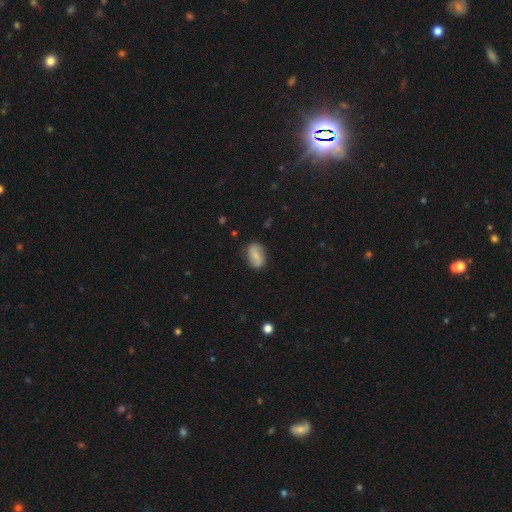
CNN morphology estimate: This appears to be a smooth galaxy with no disk features (52%) that is in between round and cigar-shaped (83%). Merging: none (80%).